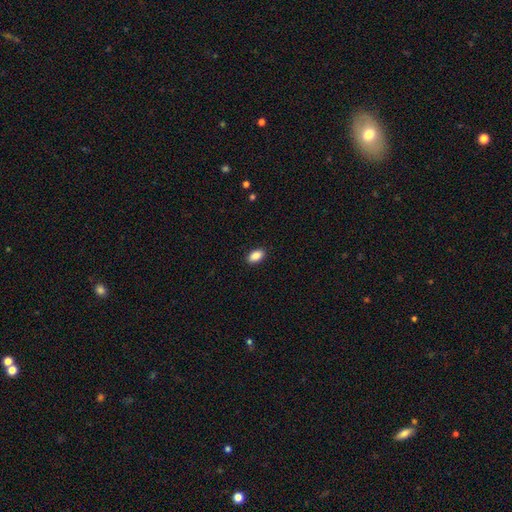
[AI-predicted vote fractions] This appears to be a smooth galaxy with no disk features (89%) that is in between round and cigar-shaped (92%). Merging: none (90%).